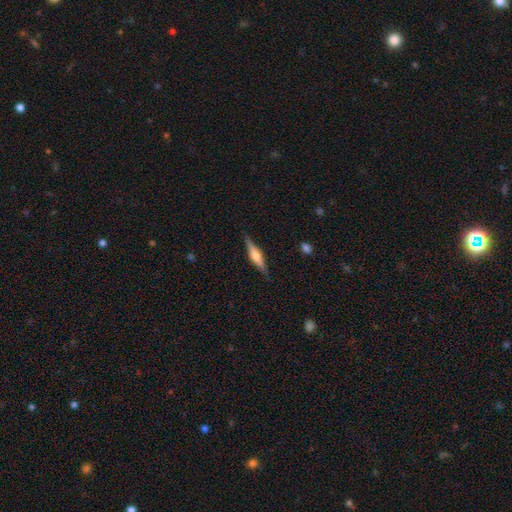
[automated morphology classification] smooth_or_featured: featured or disk (p=0.61) [alt: smooth p=0.33]
disk_edge_on: yes (p=0.97) [alt: no p=0.03]
edge_on_bulge: rounded (p=0.81) [alt: boxy p=0.14]
merging: none (p=0.88) [alt: minor disturbance p=0.09]